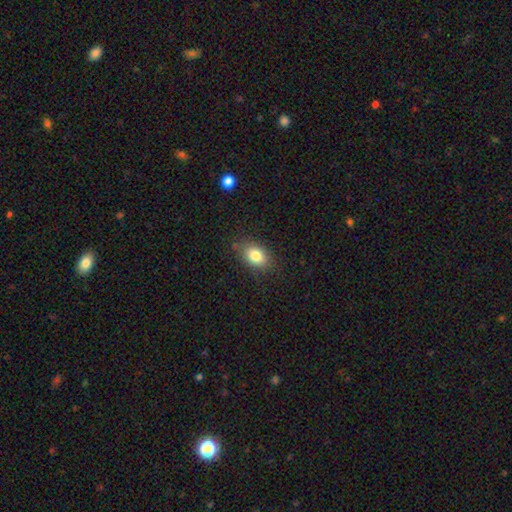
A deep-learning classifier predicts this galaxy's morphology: Q: Smooth or featured?
A: smooth (83%); runner-up: star or artifact (9%)
Q: How rounded?
A: in between (78%); runner-up: round (21%)
Q: Merging?
A: none (81%); runner-up: minor disturbance (14%)